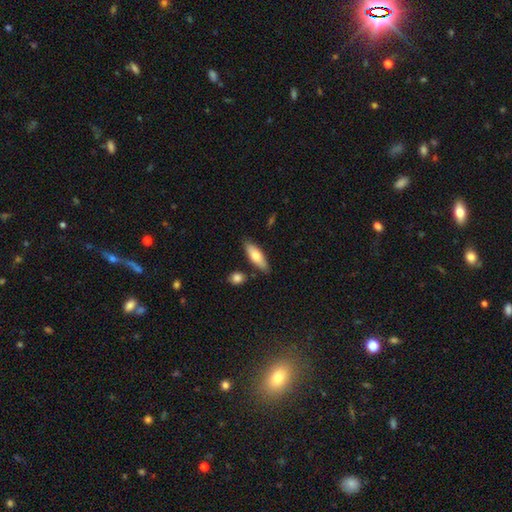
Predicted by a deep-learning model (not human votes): Smooth or featured? Predicted: smooth (p=0.70). How rounded? Predicted: in between (p=0.54). Merging? Predicted: none (p=0.82).